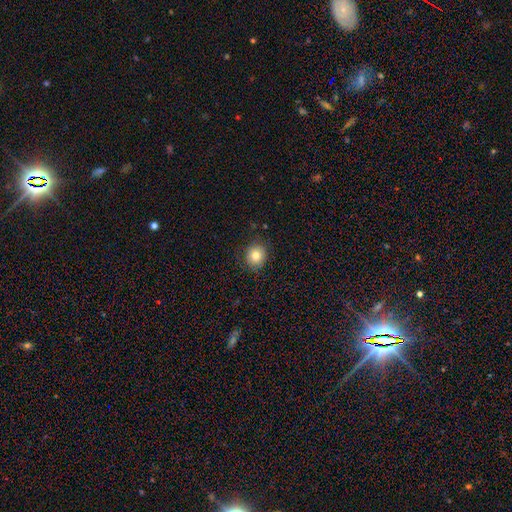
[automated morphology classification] Smooth or featured: smooth — 81% (star or artifact — 11%)
How rounded: round — 85% (in between — 15%)
Merging: none — 87% (minor disturbance — 10%)